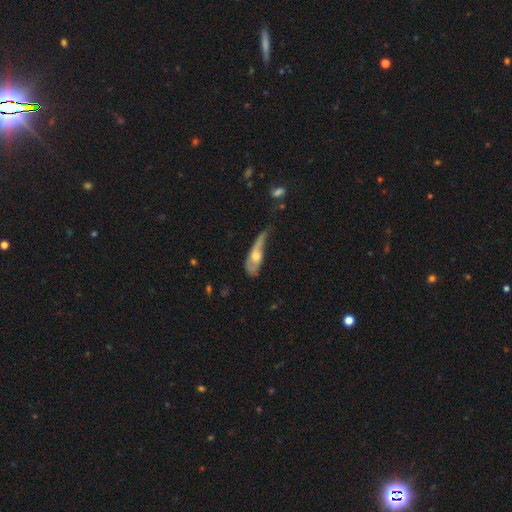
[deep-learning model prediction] A smooth galaxy with no disk features (47%). Merging: major disturbance (44%).